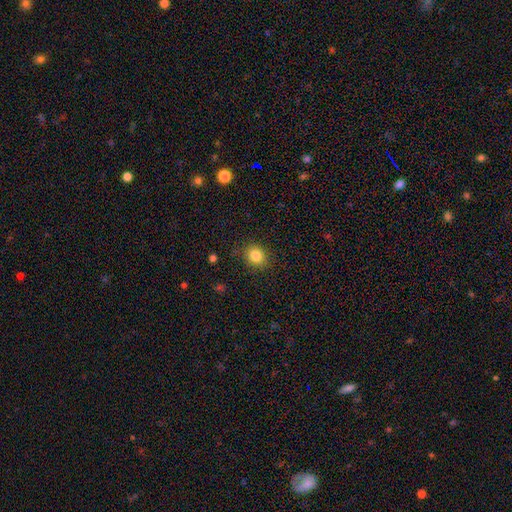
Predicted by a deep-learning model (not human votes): This is clearly a smooth galaxy (84%). How rounded: likely round (71%). Merging: clearly none (86%).